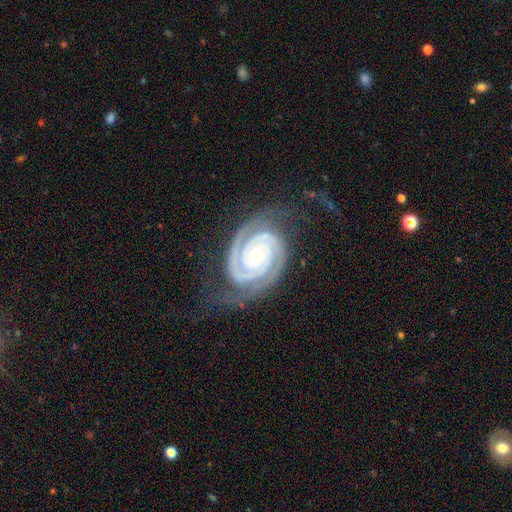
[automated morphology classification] This is clearly a featured or disk galaxy (94%). It is clearly not viewed edge-on (98%). Bar: likely no (70%). Spiral arm pattern: clearly yes (99%). Spiral arm count: clearly 2 (89%). Spiral winding: clearly tight (83%). Central bulge: likely small (69%). Merging: likely none (74%).